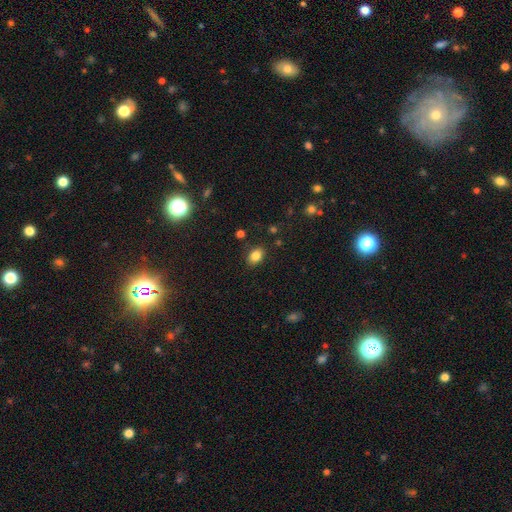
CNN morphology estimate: The model was most divided on "how rounded": in between: 77%, round: 22%, cigar-shaped: 1%. More confident: merging — none (85%); smooth or featured — smooth (83%).